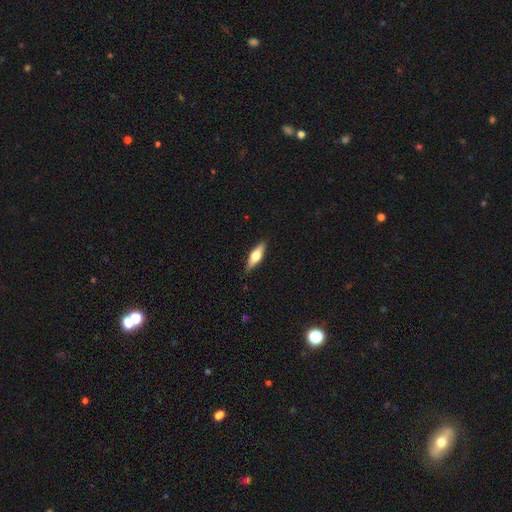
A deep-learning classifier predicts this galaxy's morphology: Smooth or featured: smooth — 48% (featured or disk — 46%)
Merging: none — 86% (minor disturbance — 11%)